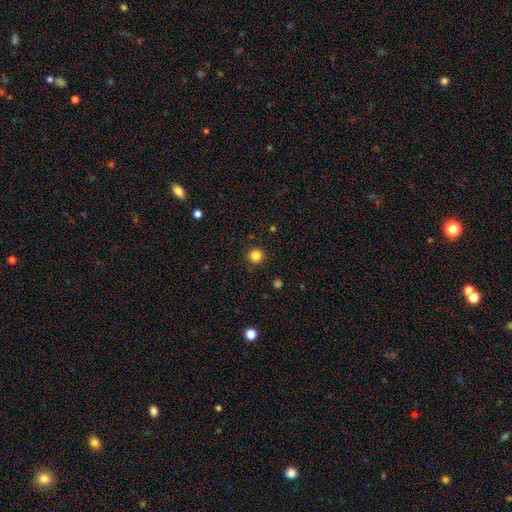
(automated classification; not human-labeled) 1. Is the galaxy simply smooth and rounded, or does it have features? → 84% smooth, 12% star or artifact, 4% featured or disk.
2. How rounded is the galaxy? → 95% round, 4% in between, 1% cigar-shaped.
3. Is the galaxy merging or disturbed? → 92% none, 5% minor disturbance, 2% major disturbance, 1% merger.